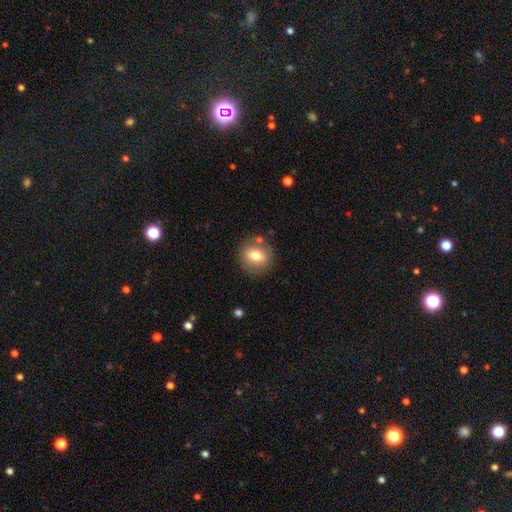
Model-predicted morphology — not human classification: This appears to be a smooth galaxy with no disk features (71%) that is round (78%). Merging: none (83%).